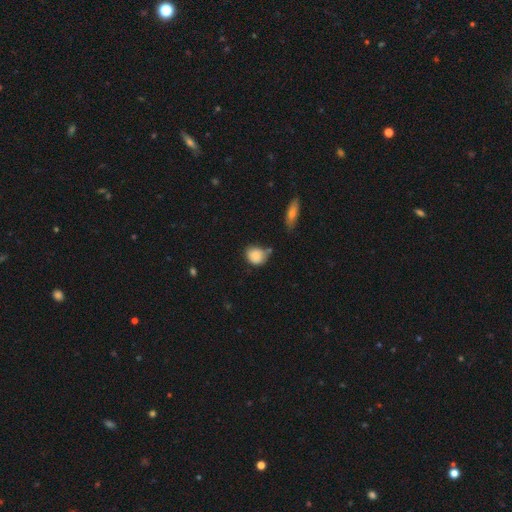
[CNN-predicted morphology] A smooth galaxy with no disk features (84%) that is round (60%). Merging: none (54%).